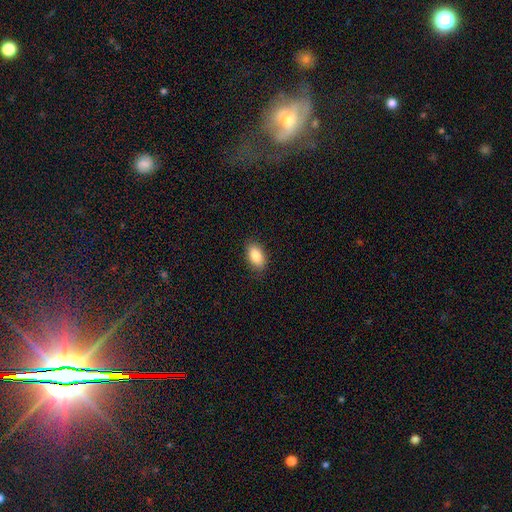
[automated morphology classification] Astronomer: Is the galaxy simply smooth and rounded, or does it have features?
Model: smooth — 86%.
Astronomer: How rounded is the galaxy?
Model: in between — 92%.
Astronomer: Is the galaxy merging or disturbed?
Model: none — 87%.